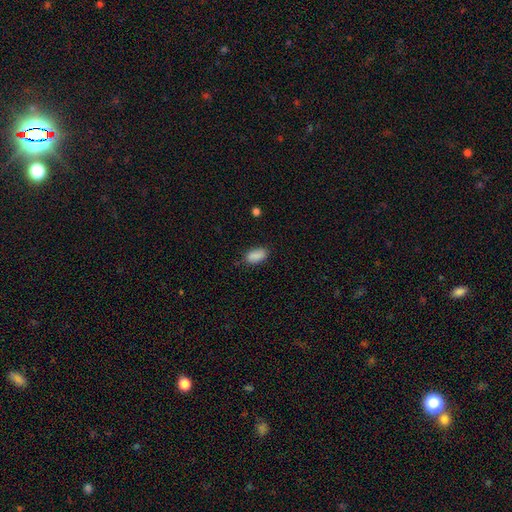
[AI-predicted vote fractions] A smooth galaxy with no disk features (89%) that is in between round and cigar-shaped (91%).

Vote fractions:
- Smooth or featured? smooth: 89% / star or artifact: 8% / featured or disk: 3%
- How rounded? in between: 91% / cigar-shaped: 6% / round: 3%
- Merging? none: 83% / minor disturbance: 13% / major disturbance: 3% / merger: 2%